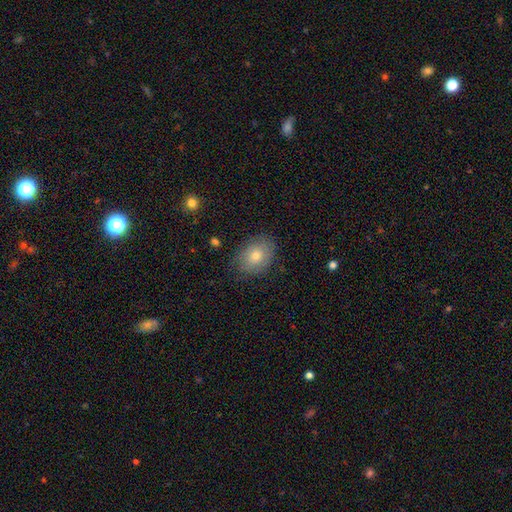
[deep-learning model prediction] Smooth or featured? smooth (64%)
How rounded? in between (75%)
Merging? none (78%)